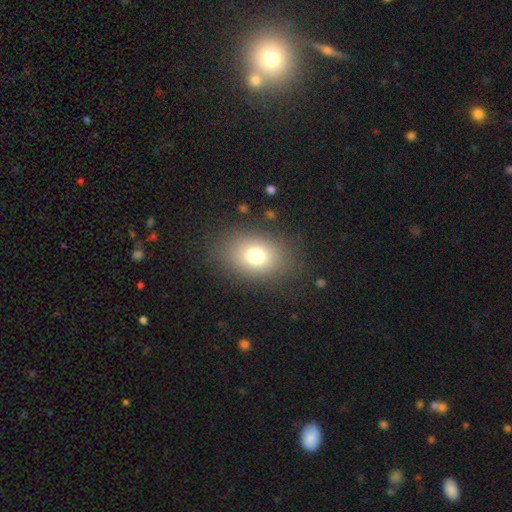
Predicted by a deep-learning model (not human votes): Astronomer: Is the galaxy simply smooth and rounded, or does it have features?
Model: smooth — 75%.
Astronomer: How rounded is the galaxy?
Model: in between — 69%.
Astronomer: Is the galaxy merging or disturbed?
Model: none — 83%.